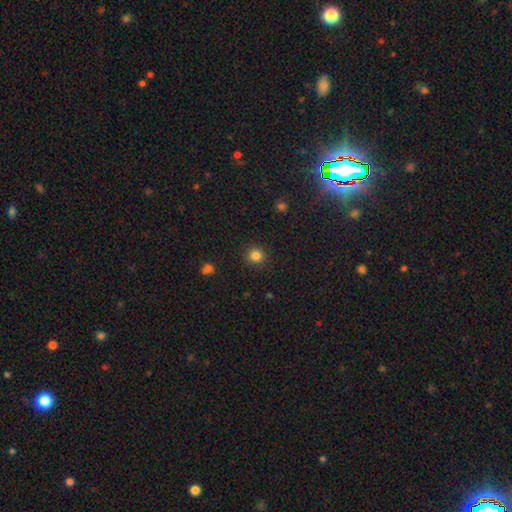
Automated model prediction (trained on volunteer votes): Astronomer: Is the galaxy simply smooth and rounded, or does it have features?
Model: smooth — 84%.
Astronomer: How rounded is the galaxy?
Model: round — 93%.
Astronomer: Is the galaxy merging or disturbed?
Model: none — 91%.